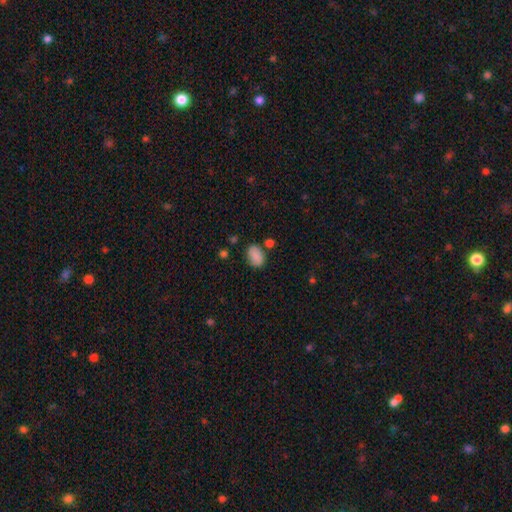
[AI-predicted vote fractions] A smooth galaxy with no disk features (87%) that is in between round and cigar-shaped (81%). Merging: none (75%).